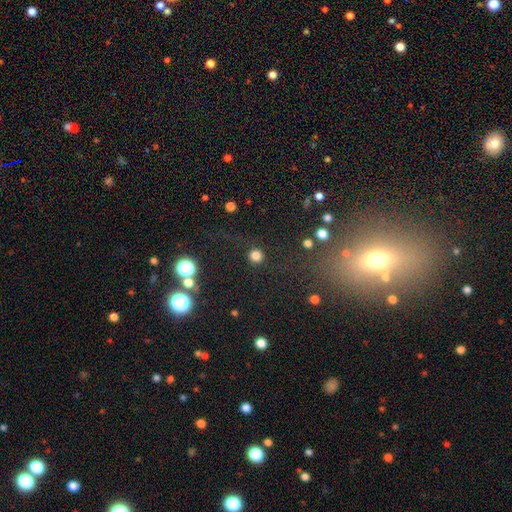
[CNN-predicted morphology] smooth 79%, star or artifact 16%, featured or disk 5%. Down the decision tree: how rounded — round (94%); merging — none (87%).